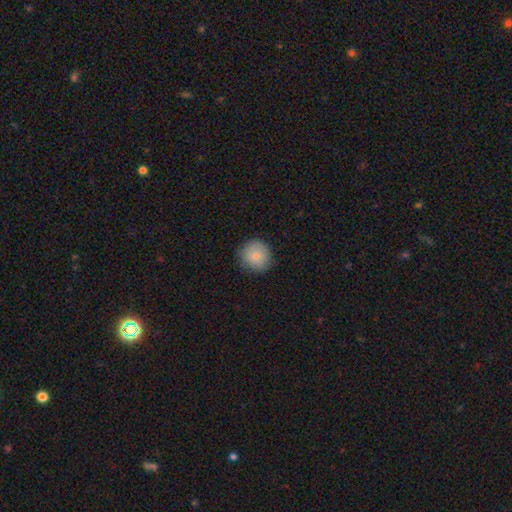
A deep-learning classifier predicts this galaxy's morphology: type=smooth (82%); roundness=round (91%); merging=none (85%).